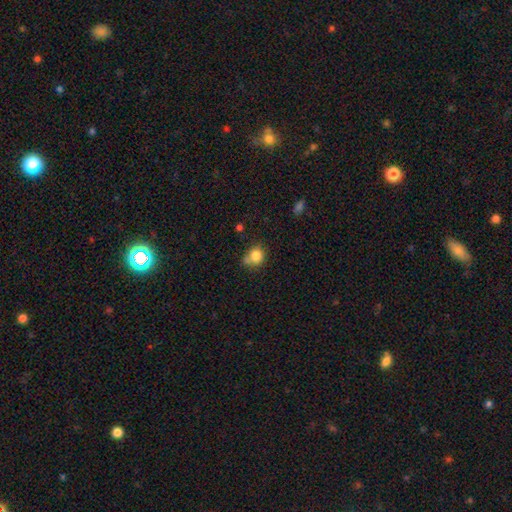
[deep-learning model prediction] Morphology: type=smooth (81%); roundness=round (74%); merging=none (52%).